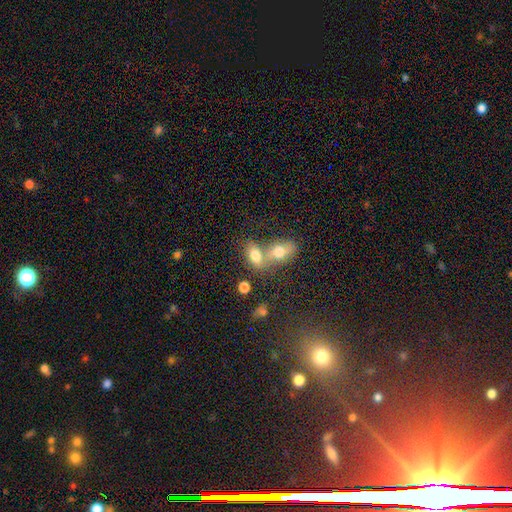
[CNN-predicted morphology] This is likely a smooth galaxy (75%). How rounded: clearly in between (84%). Merging: likely merger (60%).